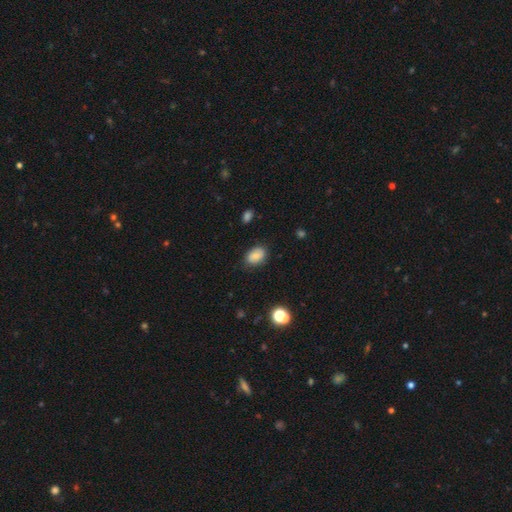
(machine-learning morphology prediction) Q: Smooth or featured?
A: smooth (80%); runner-up: featured or disk (11%)
Q: How rounded?
A: in between (83%); runner-up: round (16%)
Q: Merging?
A: none (77%); runner-up: minor disturbance (18%)